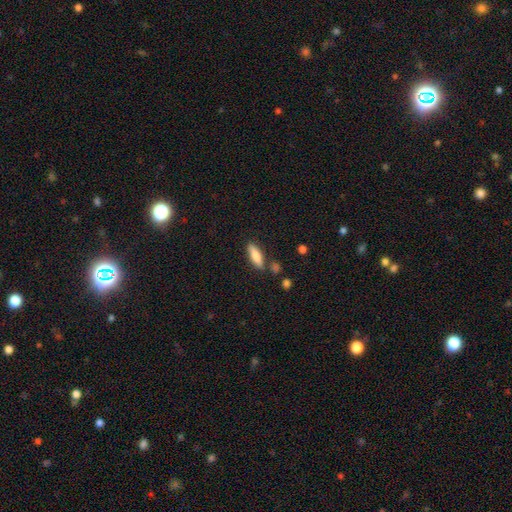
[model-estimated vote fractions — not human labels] Morphology: type=smooth (77%); roundness=cigar-shaped (49%); merging=none (80%).